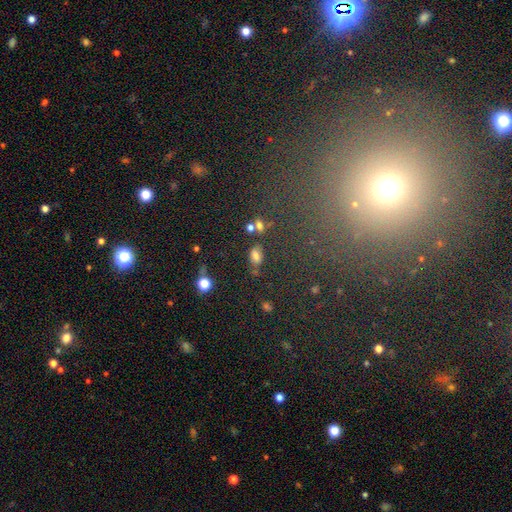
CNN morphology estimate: Q: Smooth or featured?
A: smooth (75%); runner-up: star or artifact (14%)
Q: How rounded?
A: in between (87%); runner-up: round (9%)
Q: Merging?
A: none (67%); runner-up: minor disturbance (17%)